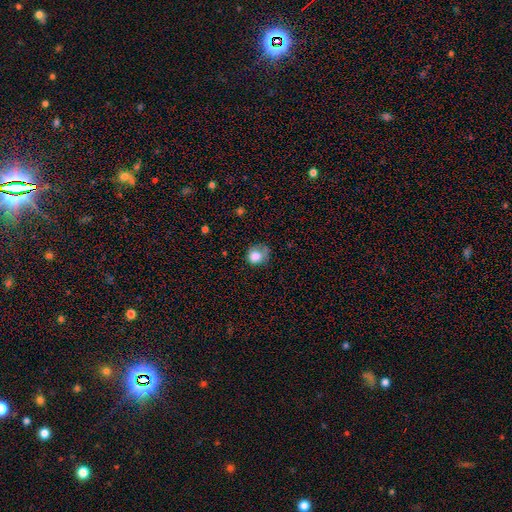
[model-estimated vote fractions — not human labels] smooth_or_featured: smooth (p=0.80) [alt: featured or disk p=0.10]
how_rounded: round (p=0.73) [alt: in between p=0.26]
merging: none (p=0.44) [alt: minor disturbance p=0.34]